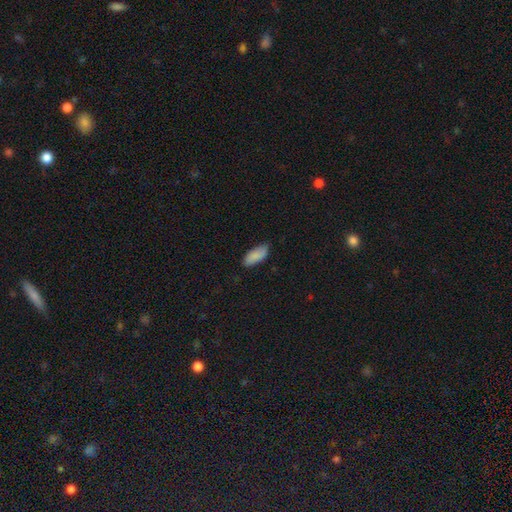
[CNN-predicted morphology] type=smooth (87%); roundness=in between (86%); merging=none (78%).